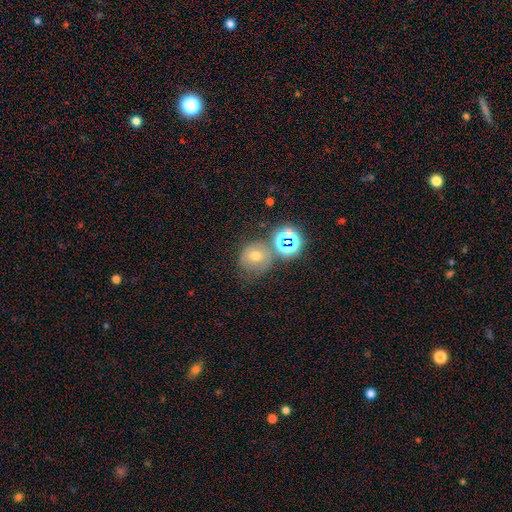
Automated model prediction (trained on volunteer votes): Overall: smooth (47%; star or artifact 31%). Merging: none (59%).